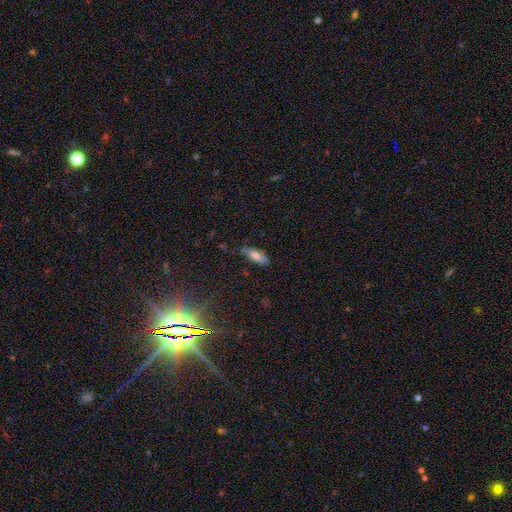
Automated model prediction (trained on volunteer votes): This appears to be a smooth galaxy with no disk features (72%) that is in between round and cigar-shaped (61%). Merging: none (80%).